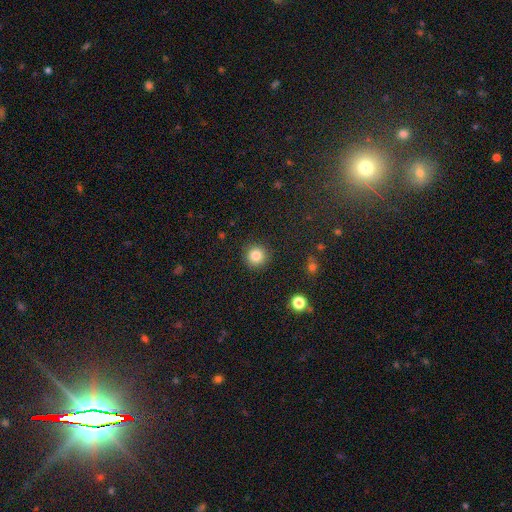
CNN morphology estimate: Overall: smooth (84%). How rounded: round (95%). Merging: none (92%).